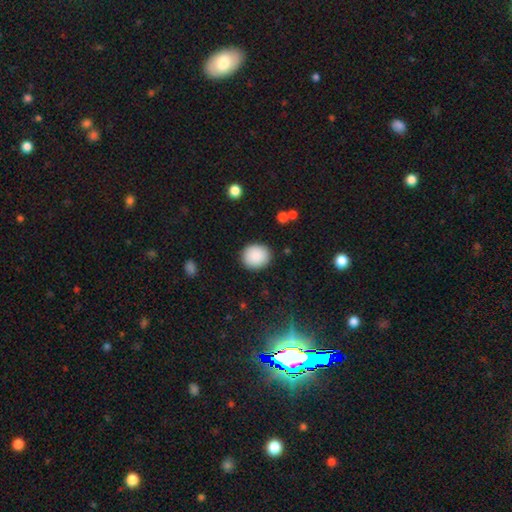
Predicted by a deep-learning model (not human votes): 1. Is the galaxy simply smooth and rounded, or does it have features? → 89% smooth, 7% star or artifact, 3% featured or disk.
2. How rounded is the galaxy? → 77% round, 22% in between, 1% cigar-shaped.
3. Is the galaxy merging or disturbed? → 89% none, 7% minor disturbance, 2% major disturbance, 1% merger.